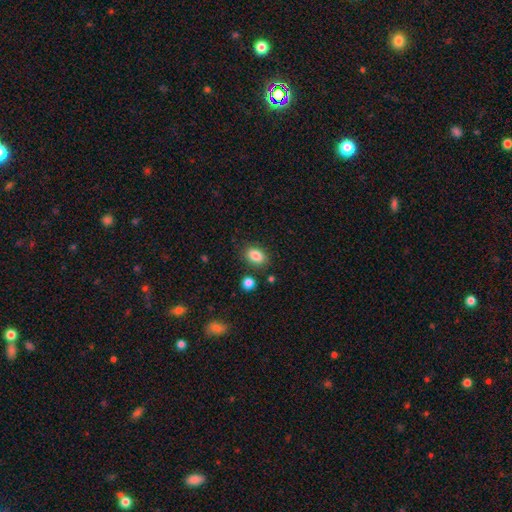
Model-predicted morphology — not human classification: A smooth galaxy with no disk features (85%) that is in between round and cigar-shaped (81%).

Vote fractions:
- Smooth or featured? smooth: 85% / star or artifact: 9% / featured or disk: 6%
- How rounded? in between: 81% / round: 18% / cigar-shaped: 1%
- Merging? none: 82% / minor disturbance: 11% / merger: 4% / major disturbance: 3%